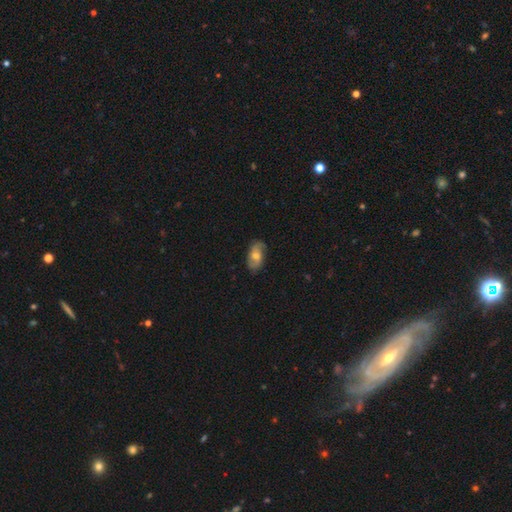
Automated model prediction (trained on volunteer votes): Smooth or featured? Predicted: featured or disk (p=0.47). Merging? Predicted: none (p=0.78).